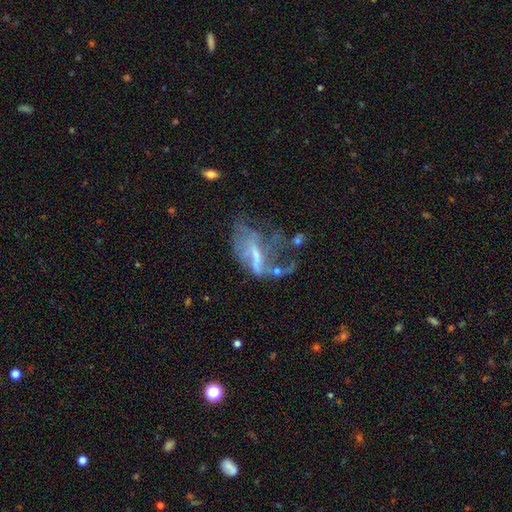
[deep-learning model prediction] smooth-or-featured: featured or disk: 62% | smooth: 22% | star or artifact: 16%
  disk-edge-on: no: 91% | yes: 9%
    bar: no: 44% | weak: 31% | strong: 25%
    has-spiral-arms: no: 68% | yes: 32%
    bulge-size: none: 43% | small: 28% | moderate: 23% | large: 4% | dominant: 1%
  merging: major disturbance: 49% | none: 21% | merger: 16% | minor disturbance: 14%